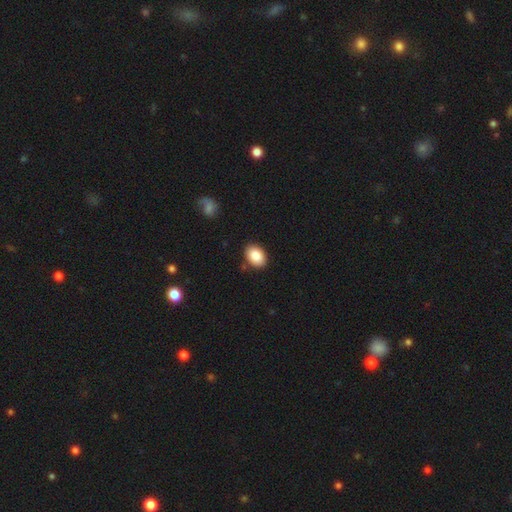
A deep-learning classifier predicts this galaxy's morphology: This is clearly a smooth galaxy (88%). How rounded: clearly in between (81%). Merging: clearly none (87%).